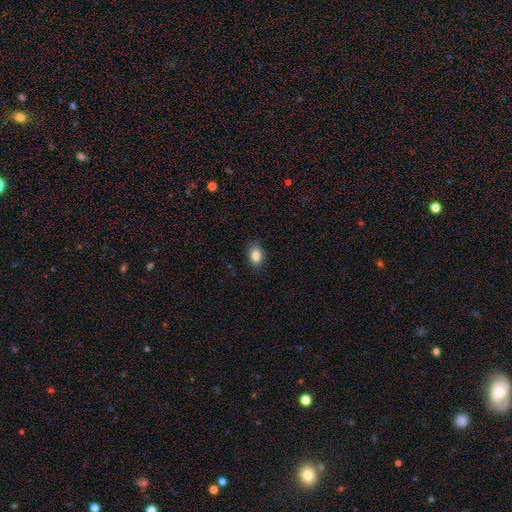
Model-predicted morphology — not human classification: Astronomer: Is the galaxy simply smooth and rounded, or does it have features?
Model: smooth — 85%.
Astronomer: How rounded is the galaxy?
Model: in between — 78%.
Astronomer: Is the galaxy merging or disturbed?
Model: none — 86%.